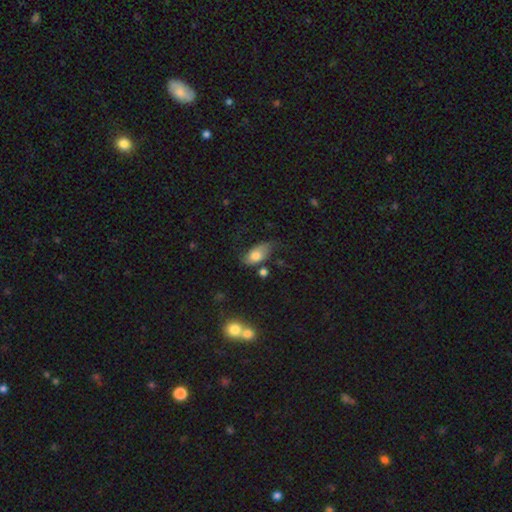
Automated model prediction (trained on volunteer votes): smooth-or-featured: smooth: 71% | featured or disk: 20% | star or artifact: 8%
  how-rounded: in between: 91% | round: 6% | cigar-shaped: 4%
  merging: none: 43% | minor disturbance: 34% | major disturbance: 18% | merger: 6%